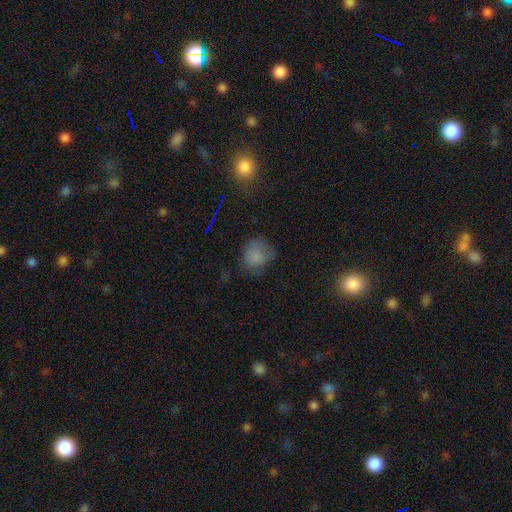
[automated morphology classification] This appears to be a smooth galaxy with no disk features (72%) that is round (72%). Merging: none (49%).